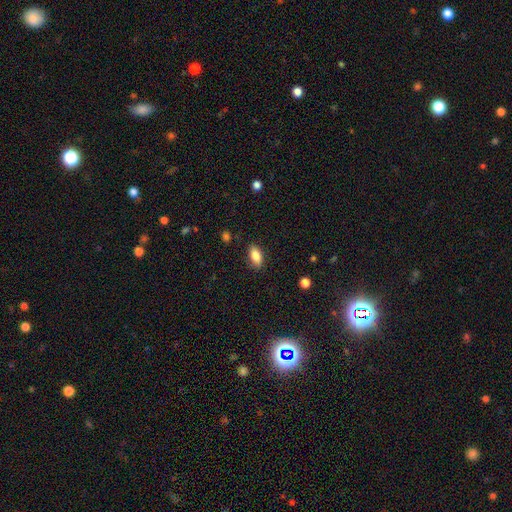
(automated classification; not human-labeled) Smooth or featured? Predicted: smooth (p=0.85). How rounded? Predicted: in between (p=0.88). Merging? Predicted: none (p=0.84).